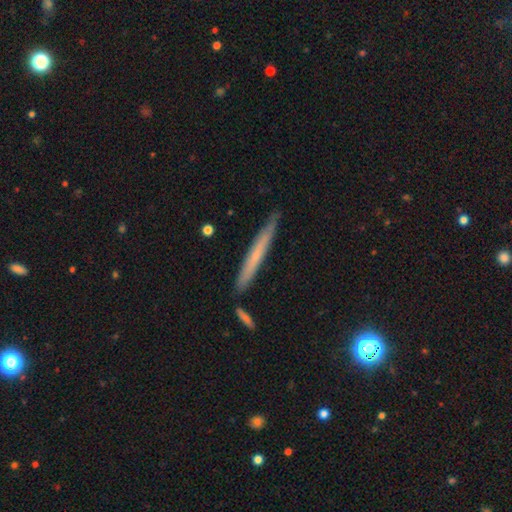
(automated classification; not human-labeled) smooth_or_featured: smooth (p=0.52) [alt: featured or disk p=0.41]
how_rounded: cigar-shaped (p=0.96) [alt: in between p=0.02]
merging: none (p=0.85) [alt: minor disturbance p=0.10]